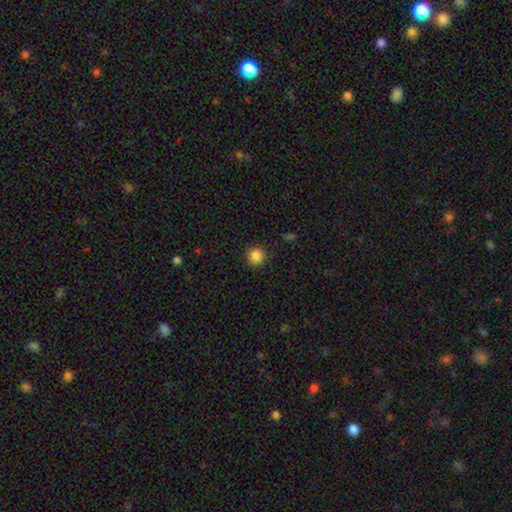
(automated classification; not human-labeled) Smooth or featured?
  - smooth: 85% *
  - star or artifact: 11%
  - featured or disk: 4%
How rounded?
  - round: 94% *
  - in between: 5%
  - cigar-shaped: 1%
Merging?
  - none: 90% *
  - minor disturbance: 7%
  - major disturbance: 2%
  - merger: 1%